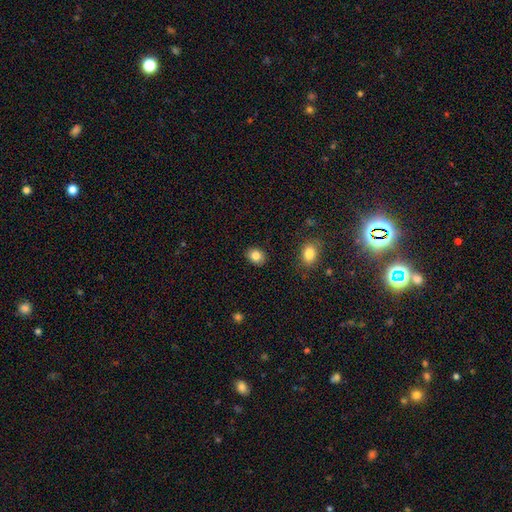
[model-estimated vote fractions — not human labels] Morphology: type=smooth (84%); roundness=round (53%); merging=none (87%).